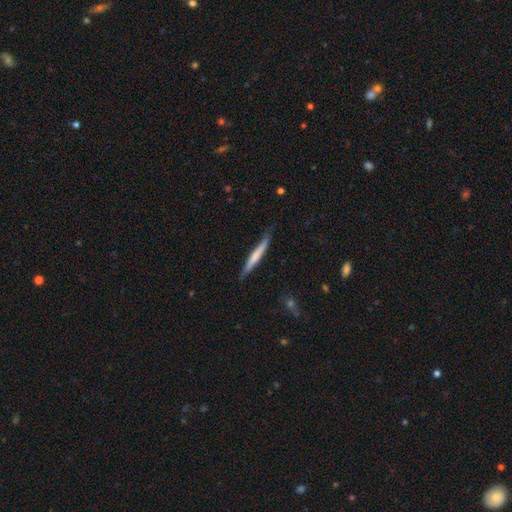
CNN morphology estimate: smooth-or-featured: smooth: 57% | featured or disk: 38% | star or artifact: 5%
  how-rounded: cigar-shaped: 95% | in between: 3% | round: 1%
  merging: none: 76% | minor disturbance: 20% | major disturbance: 3% | merger: 2%